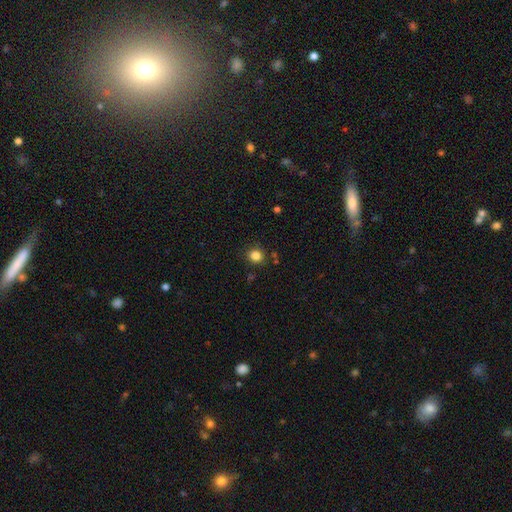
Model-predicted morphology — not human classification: A smooth galaxy with no disk features (83%) that is round (85%).

Vote fractions:
- Smooth or featured? smooth: 83% / star or artifact: 12% / featured or disk: 4%
- How rounded? round: 85% / in between: 14% / cigar-shaped: 1%
- Merging? none: 86% / minor disturbance: 8% / merger: 3% / major disturbance: 3%